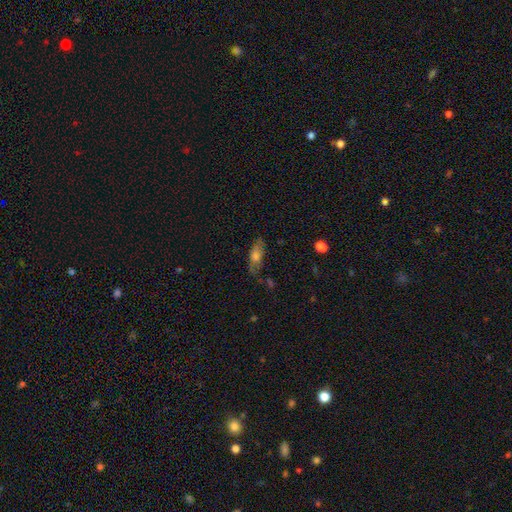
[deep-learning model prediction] A smooth galaxy with no disk features (65%) that is in between round and cigar-shaped (69%).

Vote fractions:
- Smooth or featured? smooth: 65% / featured or disk: 25% / star or artifact: 10%
- How rounded? in between: 69% / cigar-shaped: 28% / round: 4%
- Merging? none: 67% / minor disturbance: 22% / major disturbance: 7% / merger: 3%